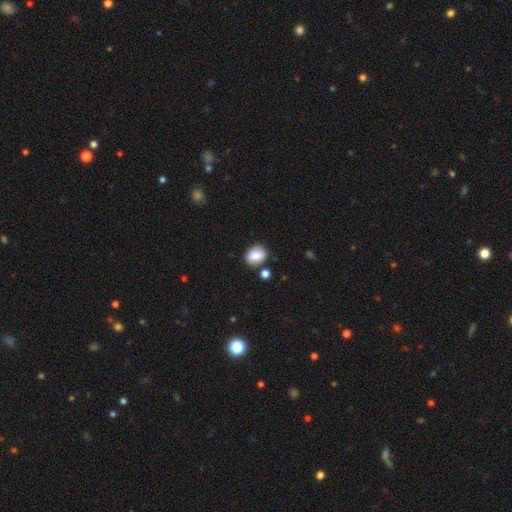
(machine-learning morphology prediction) Smooth or featured? Predicted: smooth (p=0.79). How rounded? Predicted: round (p=0.50). Merging? Predicted: none (p=0.78).